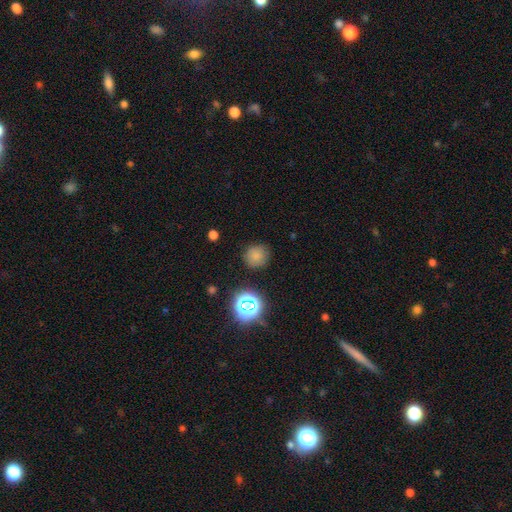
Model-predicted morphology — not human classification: smooth_or_featured: smooth (p=0.75) [alt: star or artifact p=0.18]
how_rounded: round (p=0.92) [alt: in between p=0.07]
merging: none (p=0.86) [alt: minor disturbance p=0.09]